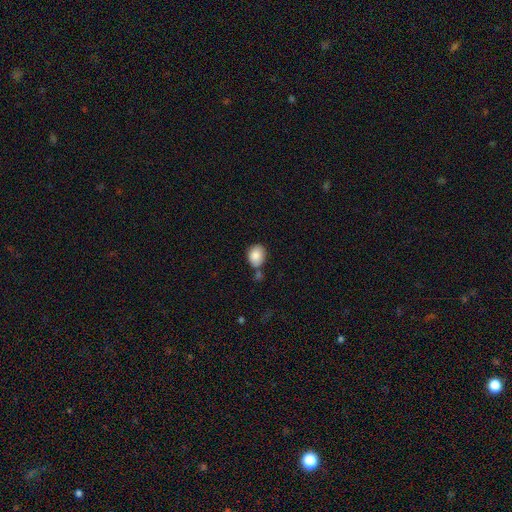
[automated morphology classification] The model was most divided on "how rounded": round: 51%, in between: 48%, cigar-shaped: 1%. More confident: smooth or featured — smooth (86%); merging — none (60%).